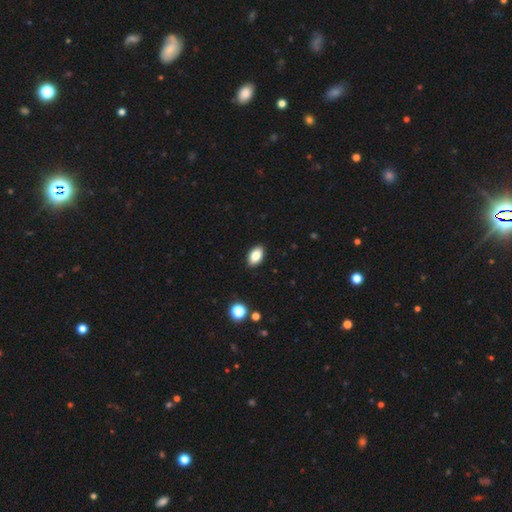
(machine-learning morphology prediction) The model was most divided on "smooth or featured": smooth: 86%, star or artifact: 8%, featured or disk: 6%. More confident: how rounded — in between (92%); merging — none (90%).